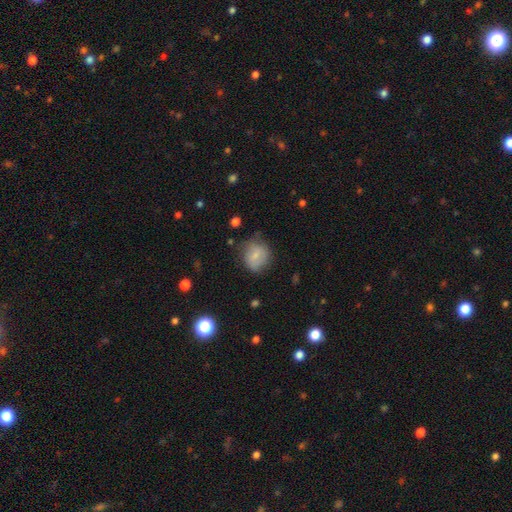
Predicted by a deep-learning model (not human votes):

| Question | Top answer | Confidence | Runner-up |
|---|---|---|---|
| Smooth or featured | smooth | 73% | featured or disk (18%) |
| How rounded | round | 70% | in between (29%) |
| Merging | none | 62% | minor disturbance (26%) |